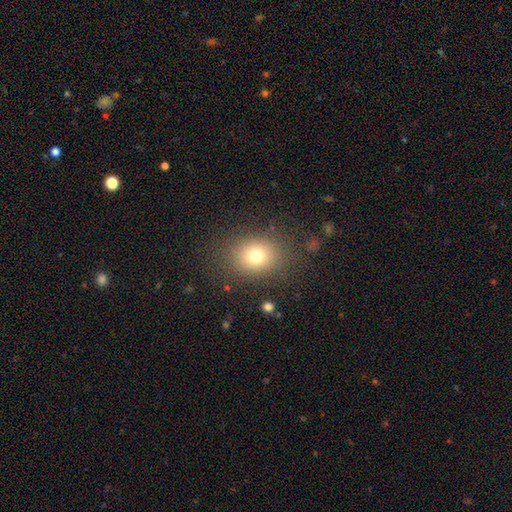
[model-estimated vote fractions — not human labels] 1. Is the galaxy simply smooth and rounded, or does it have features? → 75% smooth, 14% star or artifact, 11% featured or disk.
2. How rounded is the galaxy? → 55% round, 44% in between, 1% cigar-shaped.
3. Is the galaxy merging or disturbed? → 83% none, 10% minor disturbance, 6% major disturbance, 1% merger.